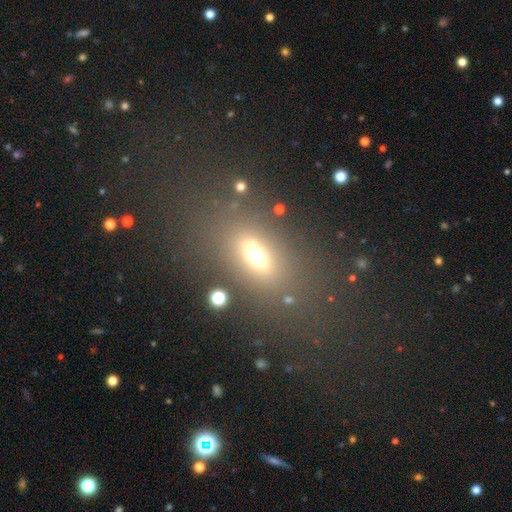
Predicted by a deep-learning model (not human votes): Smooth or featured: smooth — 60% (star or artifact — 20%)
How rounded: in between — 73% (round — 19%)
Merging: none — 75% (minor disturbance — 11%)